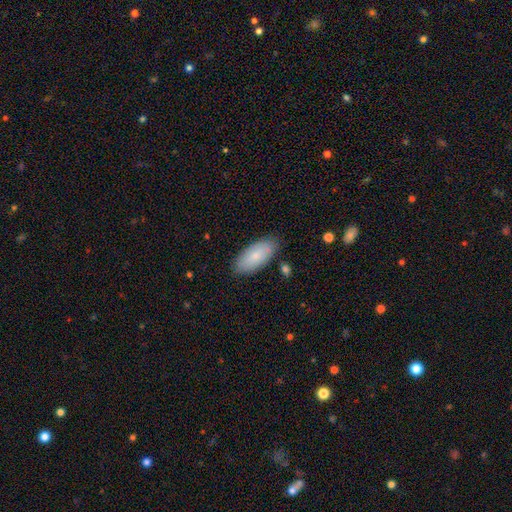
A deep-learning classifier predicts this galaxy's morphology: smooth_or_featured: smooth (p=0.79) [alt: featured or disk p=0.15]
how_rounded: in between (p=0.92) [alt: cigar-shaped p=0.06]
merging: none (p=0.84) [alt: minor disturbance p=0.12]